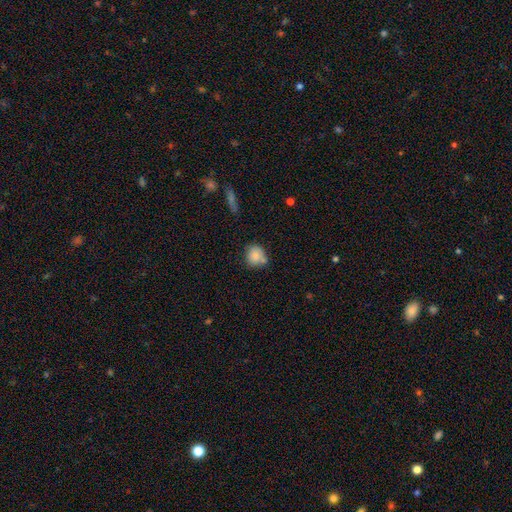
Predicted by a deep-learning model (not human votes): smooth 82%, featured or disk 10%, star or artifact 8%. Down the decision tree: how rounded — round (82%); merging — none (61%).